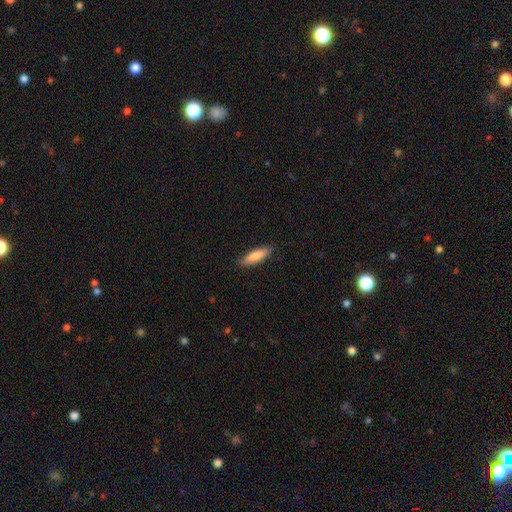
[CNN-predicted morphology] Smooth or featured? Predicted: smooth (p=0.81). How rounded? Predicted: cigar-shaped (p=0.62). Merging? Predicted: none (p=0.88).